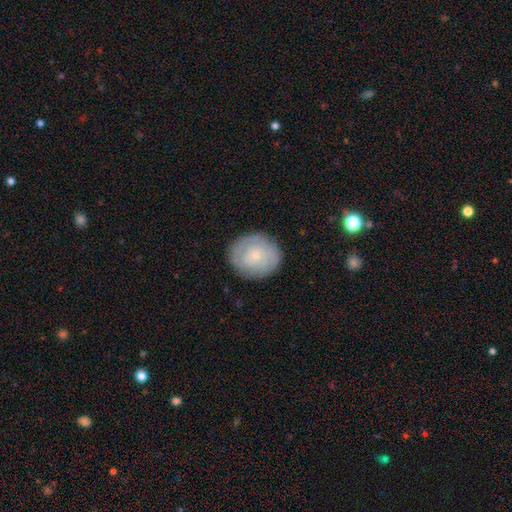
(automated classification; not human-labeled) smooth-or-featured: smooth: 54% | featured or disk: 39% | star or artifact: 7%
  how-rounded: round: 75% | in between: 24% | cigar-shaped: 1%
  merging: none: 83% | minor disturbance: 13% | major disturbance: 4% | merger: 1%